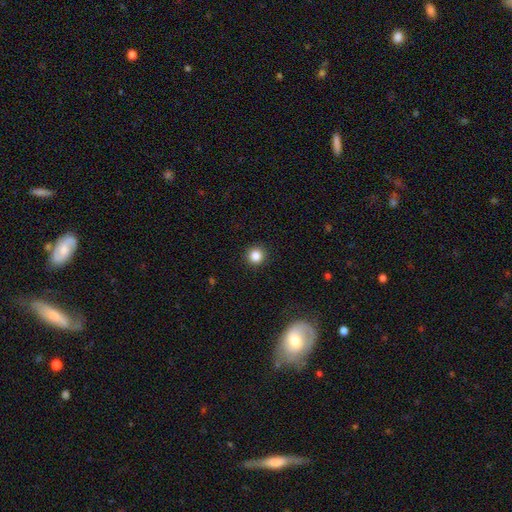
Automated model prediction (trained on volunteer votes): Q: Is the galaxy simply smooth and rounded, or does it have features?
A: smooth — 84%.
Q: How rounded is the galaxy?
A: round — 94%.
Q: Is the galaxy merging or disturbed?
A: none — 92%.